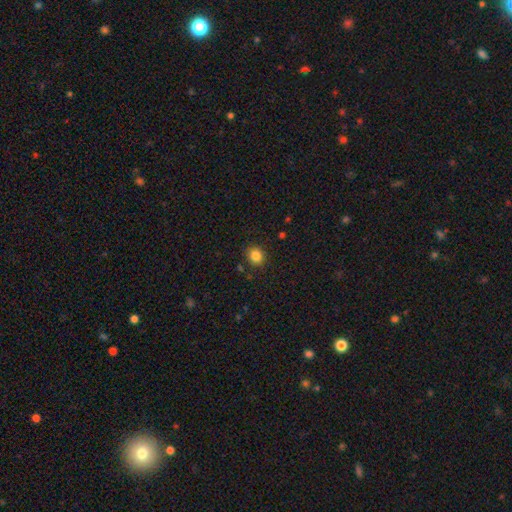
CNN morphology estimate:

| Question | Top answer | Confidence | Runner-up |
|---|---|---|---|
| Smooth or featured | smooth | 84% | star or artifact (11%) |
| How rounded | round | 84% | in between (15%) |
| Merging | none | 88% | minor disturbance (8%) |